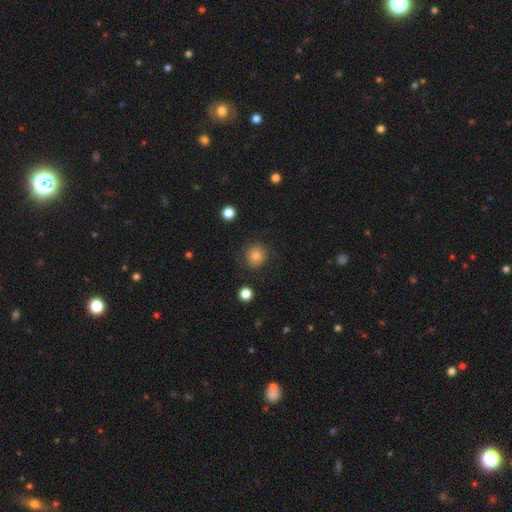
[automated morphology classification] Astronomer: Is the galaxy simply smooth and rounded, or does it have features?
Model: smooth — 79%.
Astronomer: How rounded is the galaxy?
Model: round — 88%.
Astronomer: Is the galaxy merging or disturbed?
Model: none — 80%.